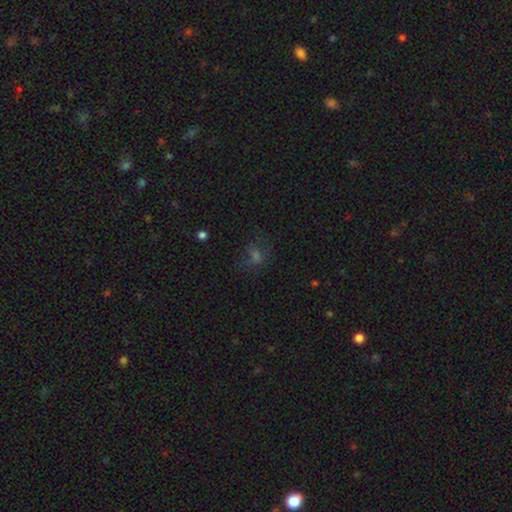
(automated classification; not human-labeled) Smooth or featured? smooth (42%)
Merging? none (60%)